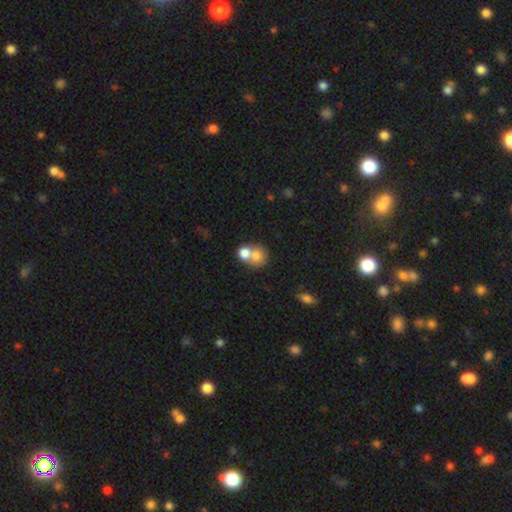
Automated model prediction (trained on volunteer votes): Morphology: type=smooth (72%); roundness=round (69%); merging=merger (65%).